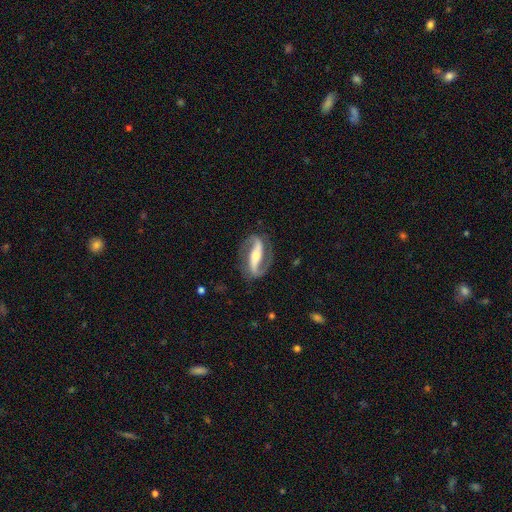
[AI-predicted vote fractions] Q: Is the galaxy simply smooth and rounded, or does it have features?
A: featured or disk — 89%.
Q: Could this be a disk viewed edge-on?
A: no — 90%.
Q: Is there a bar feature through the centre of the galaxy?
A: strong — 69%.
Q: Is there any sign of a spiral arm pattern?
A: yes — 95%.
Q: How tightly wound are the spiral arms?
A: medium — 47%.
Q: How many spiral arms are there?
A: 2 — 91%.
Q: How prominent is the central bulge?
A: moderate — 59%.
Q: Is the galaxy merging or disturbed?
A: none — 82%.